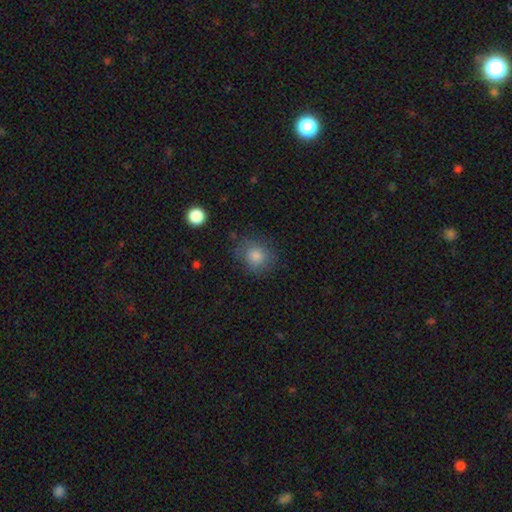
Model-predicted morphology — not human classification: Smooth or featured: smooth — 81% (star or artifact — 11%)
How rounded: round — 75% (in between — 24%)
Merging: none — 75% (minor disturbance — 18%)